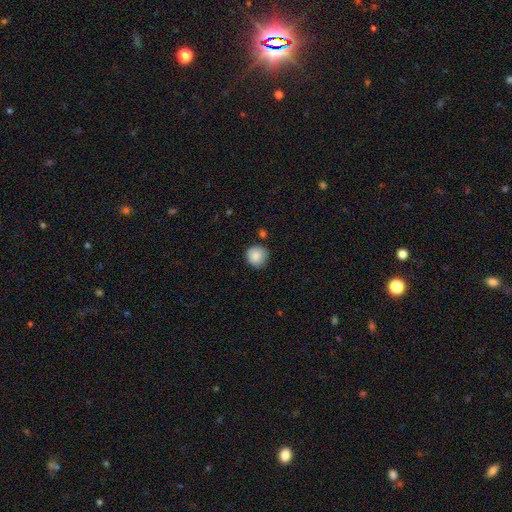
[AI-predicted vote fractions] smooth 86%, star or artifact 8%, featured or disk 6%. Down the decision tree: how rounded — round (93%); merging — none (78%).